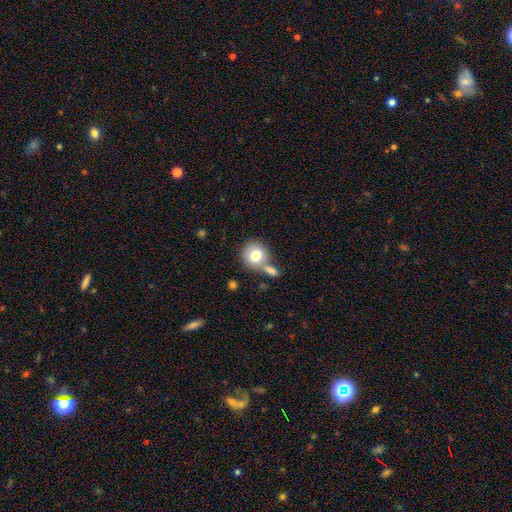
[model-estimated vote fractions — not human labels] The model was most divided on "merging": none: 54%, merger: 29%, minor disturbance: 12%, major disturbance: 5%. More confident: how rounded — round (88%); smooth or featured — smooth (77%).